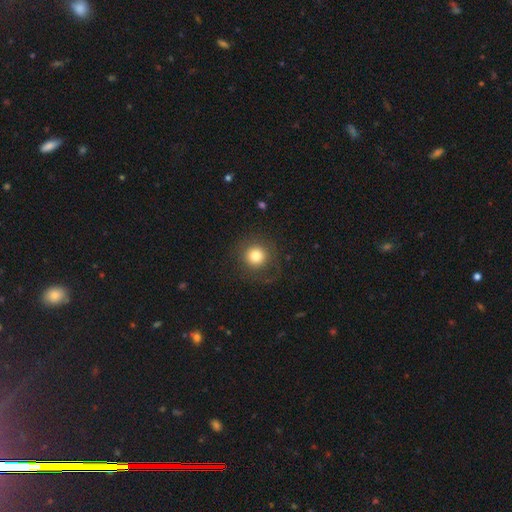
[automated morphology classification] The model was most divided on "smooth or featured": smooth: 78%, featured or disk: 11%, star or artifact: 11%. More confident: how rounded — round (94%); merging — none (82%).